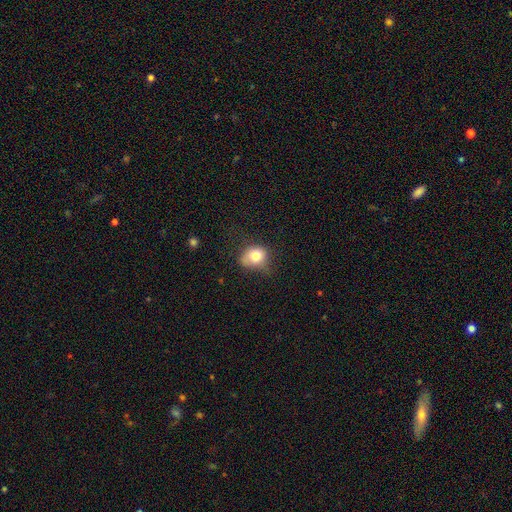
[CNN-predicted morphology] smooth_or_featured: smooth (p=0.76) [alt: featured or disk p=0.13]
how_rounded: round (p=0.55) [alt: in between p=0.44]
merging: none (p=0.42) [alt: minor disturbance p=0.38]